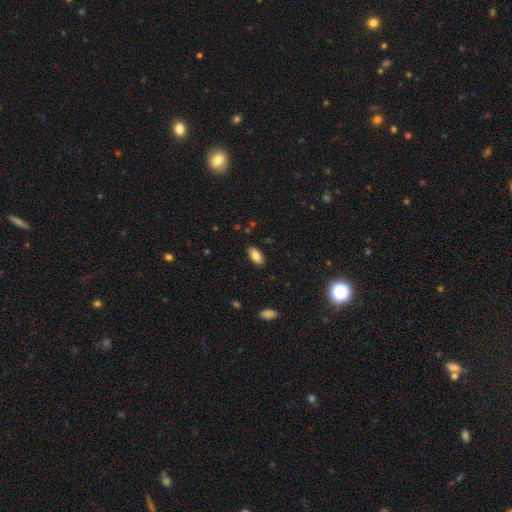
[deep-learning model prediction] Smooth or featured? smooth (83%)
How rounded? in between (92%)
Merging? none (87%)